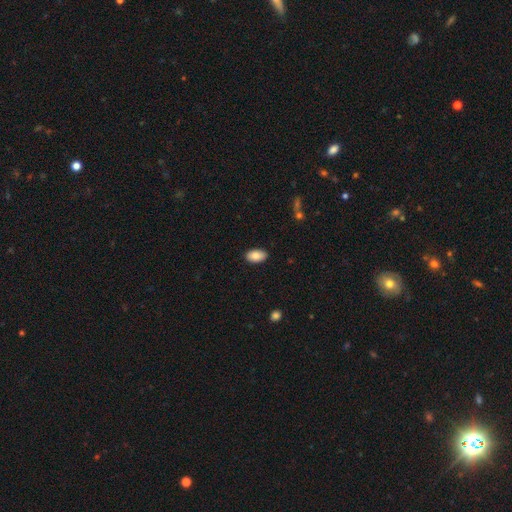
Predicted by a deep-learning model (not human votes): smooth-or-featured: smooth: 85% | featured or disk: 8% | star or artifact: 7%
  how-rounded: in between: 94% | round: 4% | cigar-shaped: 2%
  merging: none: 87% | minor disturbance: 10% | major disturbance: 2% | merger: 1%